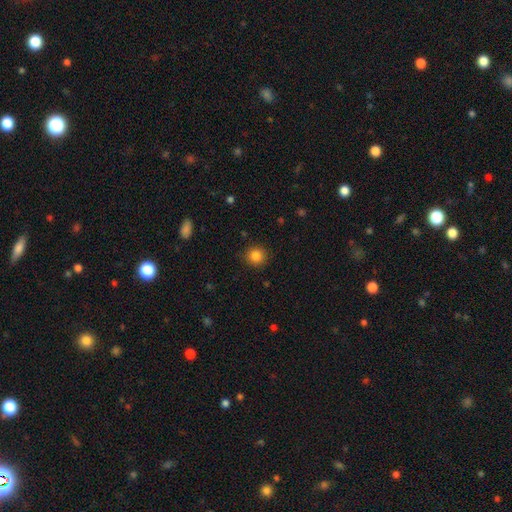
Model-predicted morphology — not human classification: This appears to be a smooth galaxy with no disk features (84%) that is round (91%). Merging: none (90%).